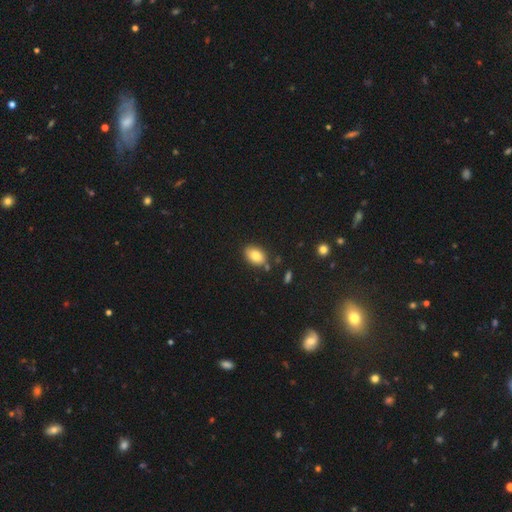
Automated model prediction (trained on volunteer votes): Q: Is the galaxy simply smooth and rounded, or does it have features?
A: smooth — 82%.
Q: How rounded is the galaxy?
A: in between — 84%.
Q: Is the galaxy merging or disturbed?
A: none — 80%.